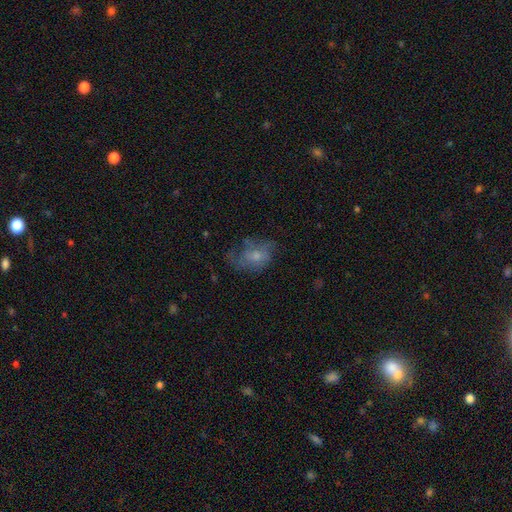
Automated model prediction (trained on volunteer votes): A smooth galaxy with no disk features (51%) that is in between round and cigar-shaped (76%).

Vote fractions:
- Smooth or featured? smooth: 51% / featured or disk: 38% / star or artifact: 11%
- How rounded? in between: 76% / round: 22% / cigar-shaped: 2%
- Merging? none: 41% / major disturbance: 29% / minor disturbance: 27% / merger: 2%